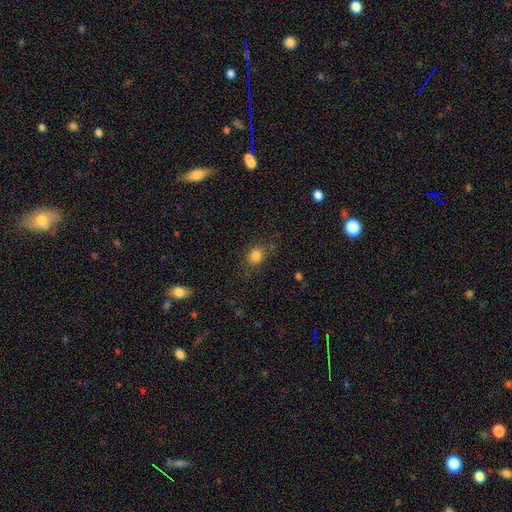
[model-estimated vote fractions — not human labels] A smooth galaxy with no disk features (81%) that is round (65%).

Vote fractions:
- Smooth or featured? smooth: 81% / star or artifact: 12% / featured or disk: 6%
- How rounded? round: 65% / in between: 33% / cigar-shaped: 1%
- Merging? none: 74% / minor disturbance: 17% / major disturbance: 6% / merger: 3%